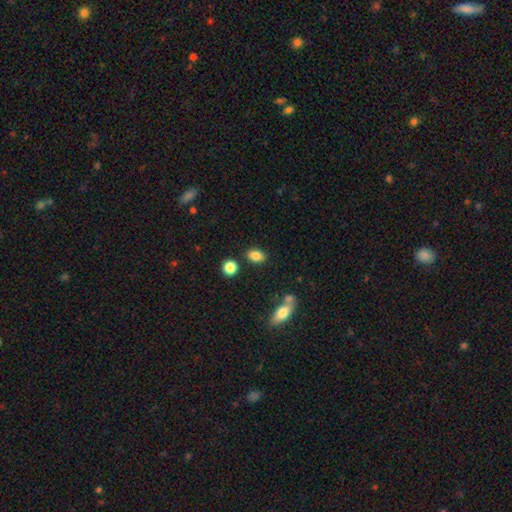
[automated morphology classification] Smooth or featured? Predicted: smooth (p=0.86). How rounded? Predicted: in between (p=0.81). Merging? Predicted: none (p=0.82).